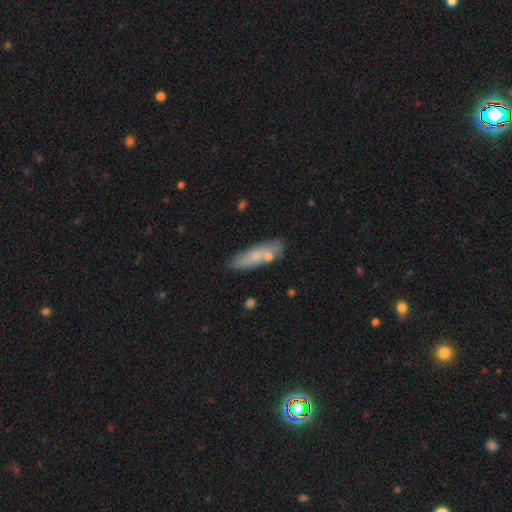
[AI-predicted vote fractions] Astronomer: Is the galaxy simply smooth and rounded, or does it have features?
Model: smooth — 72%.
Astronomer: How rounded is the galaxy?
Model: cigar-shaped — 62%.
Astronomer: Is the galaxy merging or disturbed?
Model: none — 72%.